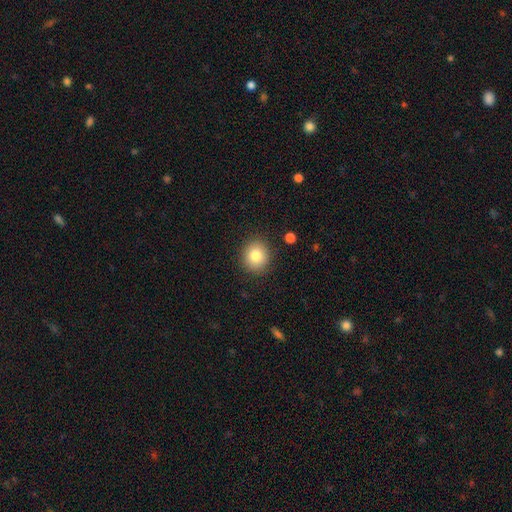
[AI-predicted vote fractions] smooth_or_featured: smooth (p=0.81) [alt: star or artifact p=0.10]
how_rounded: round (p=0.84) [alt: in between p=0.16]
merging: none (p=0.89) [alt: minor disturbance p=0.08]